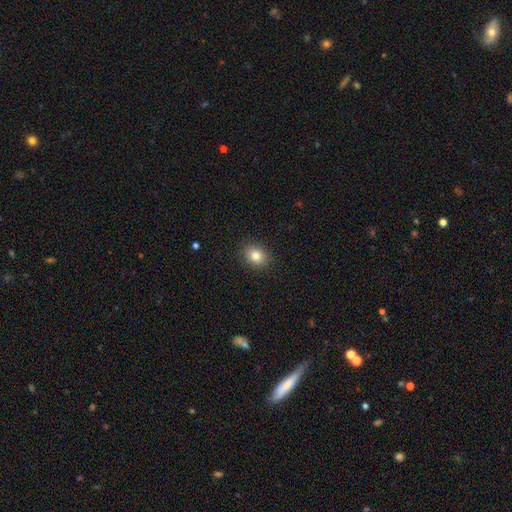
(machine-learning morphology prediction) Smooth or featured? Predicted: smooth (p=0.82). How rounded? Predicted: round (p=0.57). Merging? Predicted: none (p=0.90).